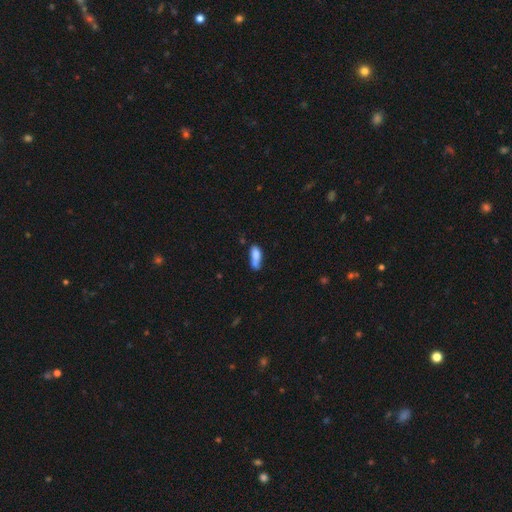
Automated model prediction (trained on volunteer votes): This is likely a smooth galaxy (78%). How rounded: likely in between (69%). Merging: marginally none (38%).